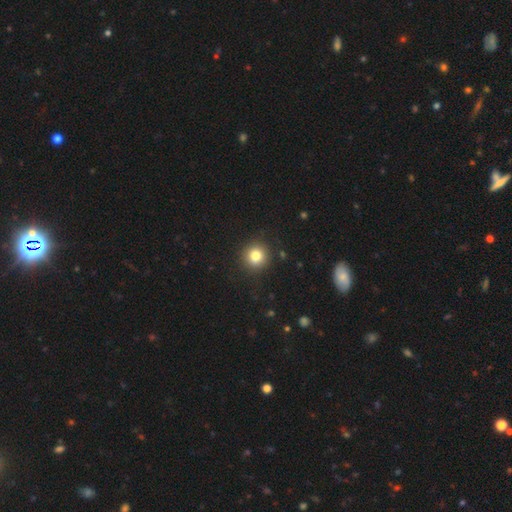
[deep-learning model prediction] Q: Smooth or featured?
A: smooth (81%); runner-up: star or artifact (12%)
Q: How rounded?
A: round (93%); runner-up: in between (6%)
Q: Merging?
A: none (91%); runner-up: minor disturbance (6%)